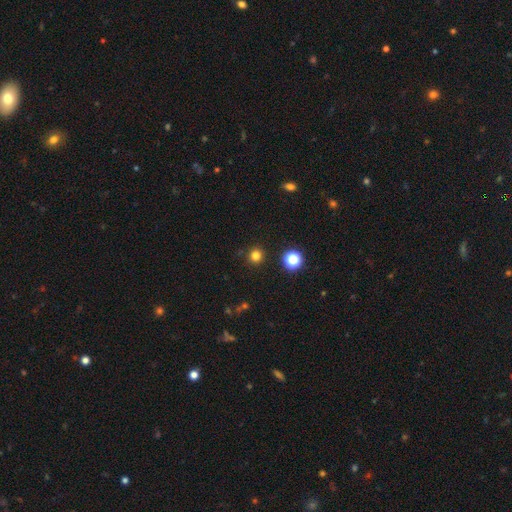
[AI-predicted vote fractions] Smooth or featured? Predicted: smooth (p=0.79). How rounded? Predicted: round (p=0.94). Merging? Predicted: none (p=0.91).